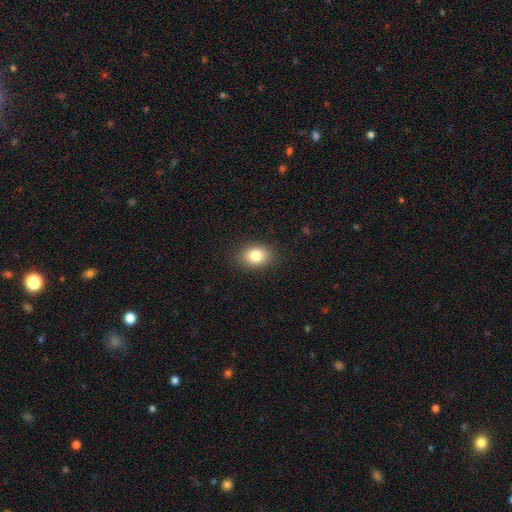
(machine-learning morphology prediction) The model was most divided on "how rounded": in between: 63%, round: 36%, cigar-shaped: 1%. More confident: merging — none (88%); smooth or featured — smooth (81%).